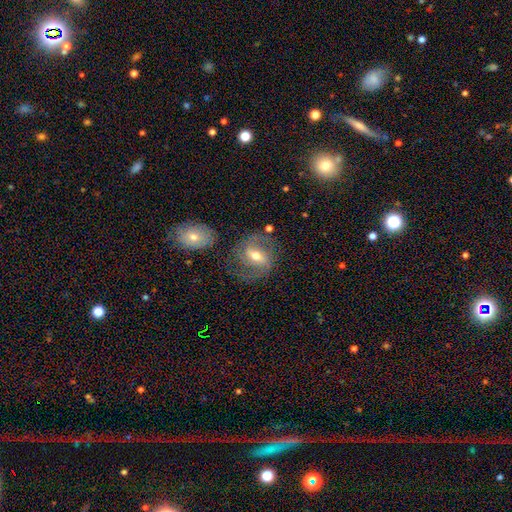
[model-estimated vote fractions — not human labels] Q: Smooth or featured?
A: featured or disk (78%); runner-up: smooth (15%)
Q: Edge-on disk?
A: no (96%); runner-up: yes (4%)
Q: Bar?
A: weak (45%); runner-up: strong (40%)
Q: Spiral arms?
A: yes (91%); runner-up: no (9%)
Q: Spiral winding?
A: medium (52%); runner-up: loose (26%)
Q: Spiral arm count?
A: 2 (82%); runner-up: can't tell (8%)
Q: Bulge size?
A: moderate (71%); runner-up: small (20%)
Q: Merging?
A: none (63%); runner-up: minor disturbance (19%)